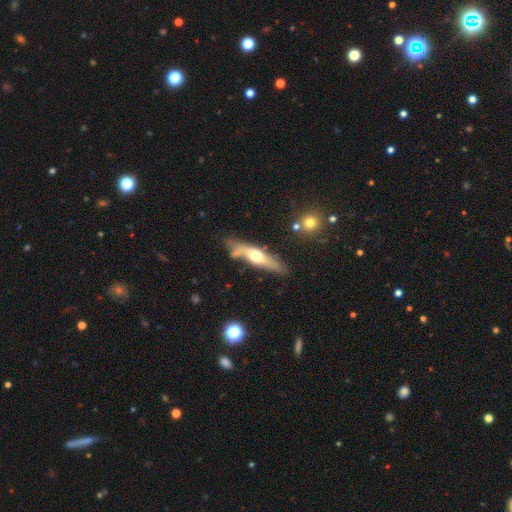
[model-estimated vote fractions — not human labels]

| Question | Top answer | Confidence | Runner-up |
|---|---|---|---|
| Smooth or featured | featured or disk | 56% | smooth (39%) |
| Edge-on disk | yes | 82% | no (18%) |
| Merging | none | 60% | minor disturbance (23%) |